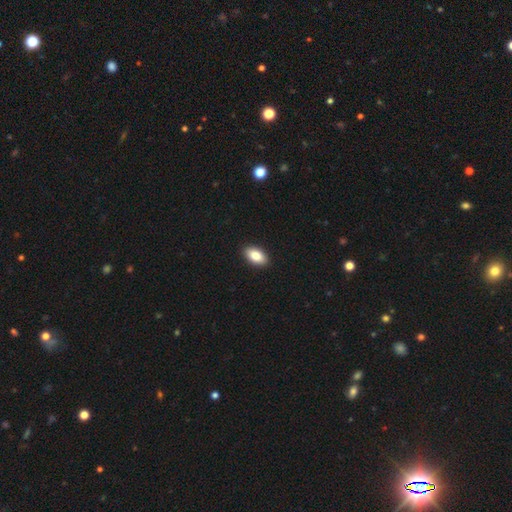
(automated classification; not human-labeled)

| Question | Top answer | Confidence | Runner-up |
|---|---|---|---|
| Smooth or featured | smooth | 86% | featured or disk (7%) |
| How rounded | in between | 93% | round (4%) |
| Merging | none | 91% | minor disturbance (6%) |